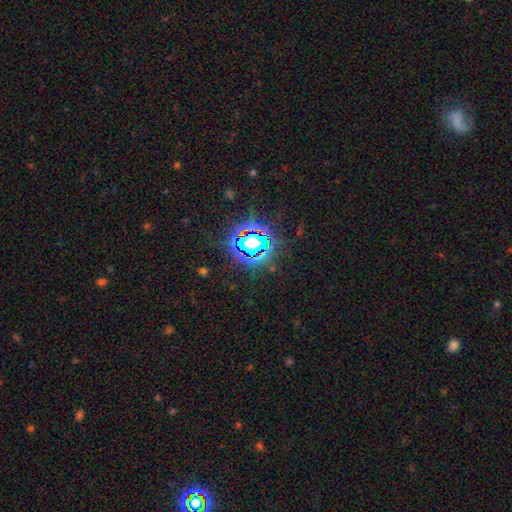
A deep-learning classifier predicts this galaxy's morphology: Smooth or featured: star or artifact — 81% (smooth — 12%)